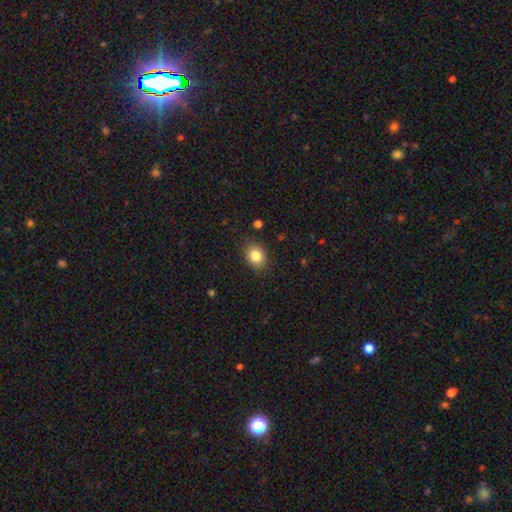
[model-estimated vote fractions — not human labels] smooth 84%, star or artifact 10%, featured or disk 7%. Down the decision tree: how rounded — in between (55%); merging — none (86%).